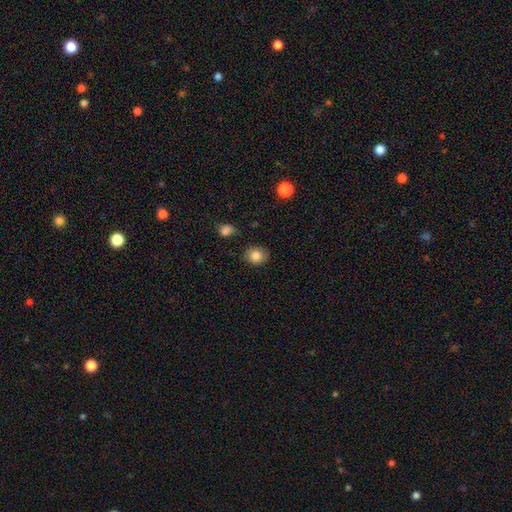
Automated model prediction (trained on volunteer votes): smooth_or_featured: smooth (p=0.84) [alt: star or artifact p=0.09]
how_rounded: round (p=0.60) [alt: in between p=0.39]
merging: none (p=0.82) [alt: minor disturbance p=0.13]